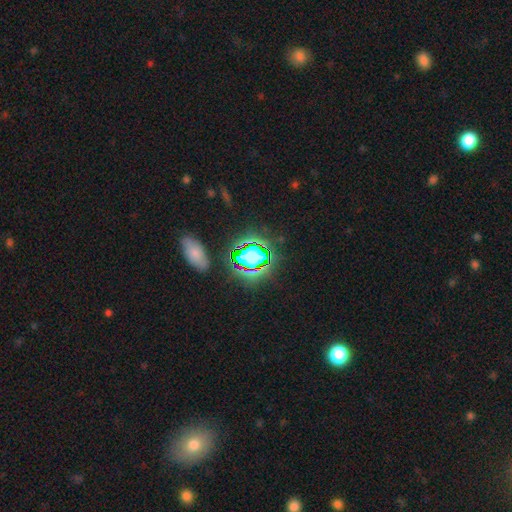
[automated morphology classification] Overall: star or artifact (72%).